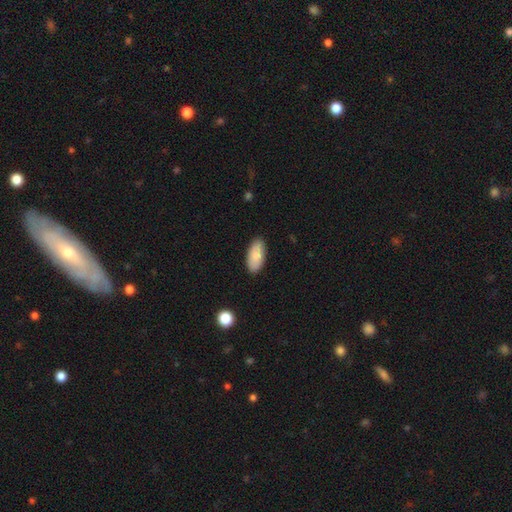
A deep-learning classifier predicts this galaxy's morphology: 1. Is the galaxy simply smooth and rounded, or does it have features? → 85% smooth, 10% featured or disk, 6% star or artifact.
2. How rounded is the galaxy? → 92% in between, 6% cigar-shaped, 2% round.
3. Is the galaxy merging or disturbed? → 87% none, 10% minor disturbance, 2% major disturbance, 1% merger.